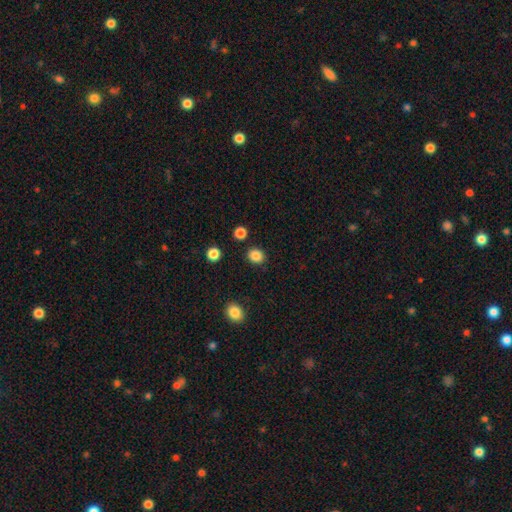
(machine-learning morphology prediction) Smooth or featured? smooth (86%)
How rounded? round (74%)
Merging? none (87%)